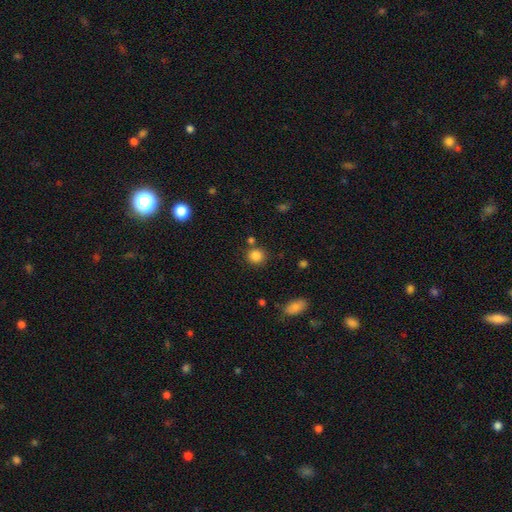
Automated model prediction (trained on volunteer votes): This is clearly a smooth galaxy (85%). How rounded: clearly round (87%). Merging: likely none (79%).